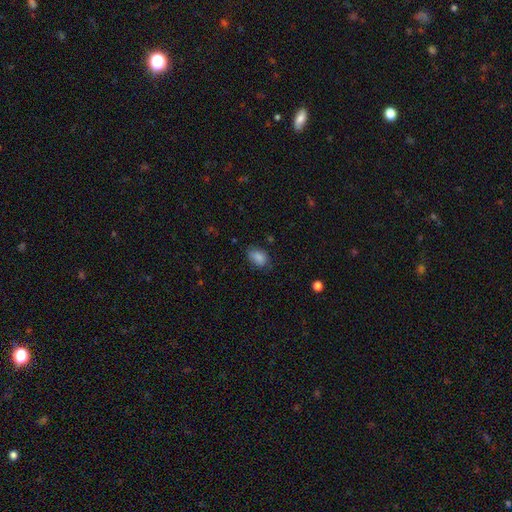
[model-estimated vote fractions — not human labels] Smooth or featured?
  - smooth: 80% *
  - star or artifact: 14%
  - featured or disk: 6%
How rounded?
  - in between: 82% *
  - round: 17%
  - cigar-shaped: 2%
Merging?
  - none: 77% *
  - minor disturbance: 17%
  - major disturbance: 5%
  - merger: 1%